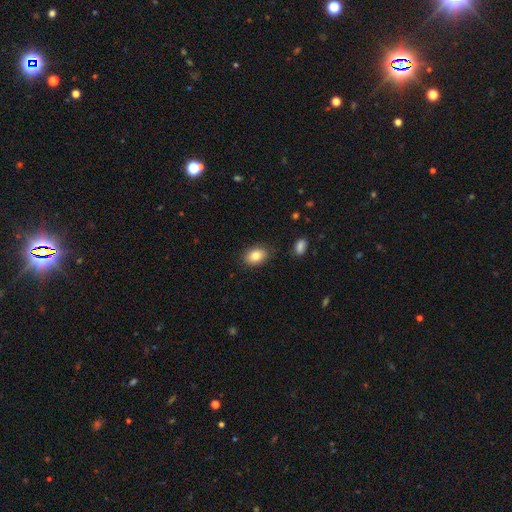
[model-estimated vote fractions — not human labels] Overall: smooth (84%). How rounded: in between (83%). Merging: none (85%).